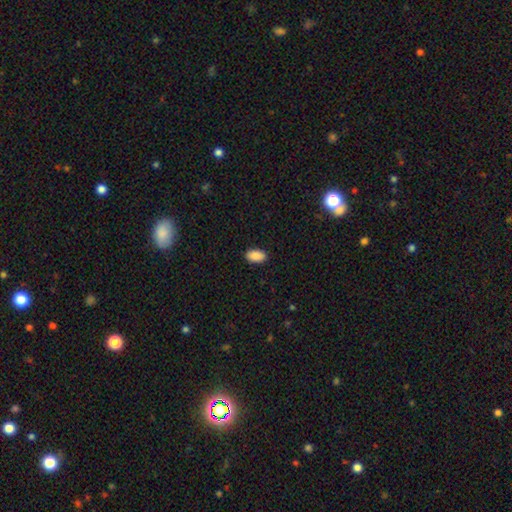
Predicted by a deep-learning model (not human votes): Morphology: type=smooth (90%); roundness=in between (94%); merging=none (89%).